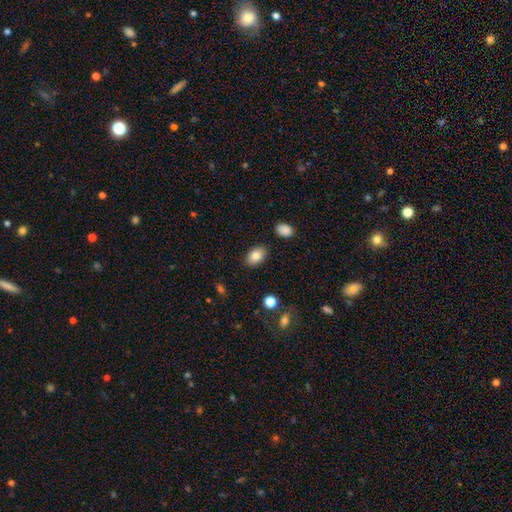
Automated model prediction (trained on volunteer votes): This is clearly a smooth galaxy (83%). How rounded: clearly in between (86%). Merging: clearly none (87%).